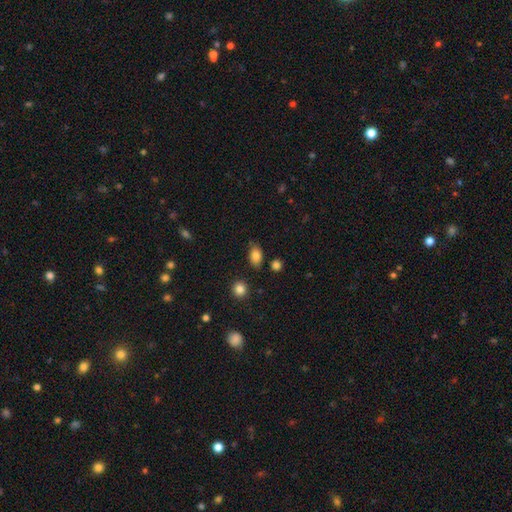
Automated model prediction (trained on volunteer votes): The model was most divided on "merging": none: 75%, minor disturbance: 18%, major disturbance: 4%, merger: 4%. More confident: smooth or featured — smooth (83%); how rounded — in between (83%).